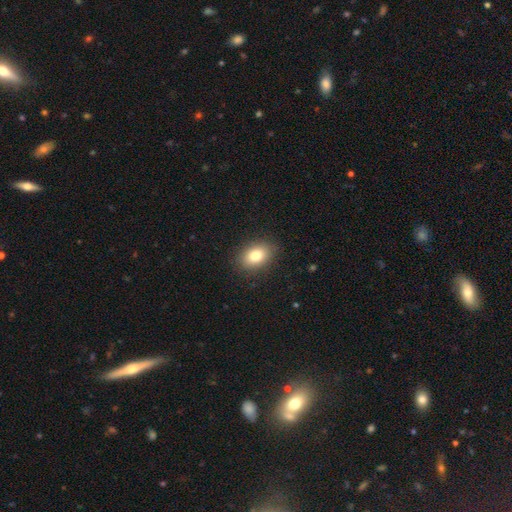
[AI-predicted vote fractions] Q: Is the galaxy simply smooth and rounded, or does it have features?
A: smooth — 80%.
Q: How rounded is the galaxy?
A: in between — 78%.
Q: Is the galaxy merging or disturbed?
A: none — 88%.